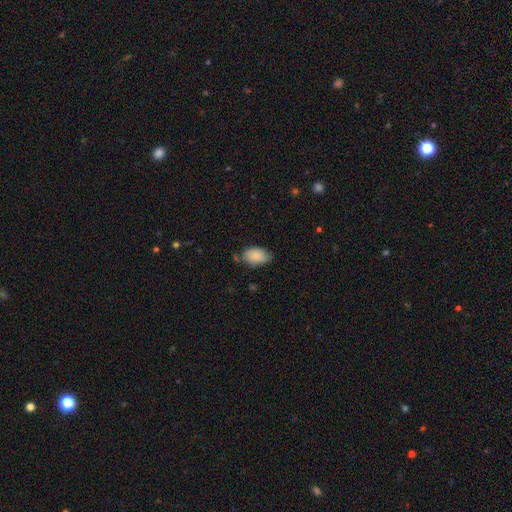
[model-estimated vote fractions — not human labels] Smooth or featured? smooth (79%)
How rounded? in between (91%)
Merging? none (57%)